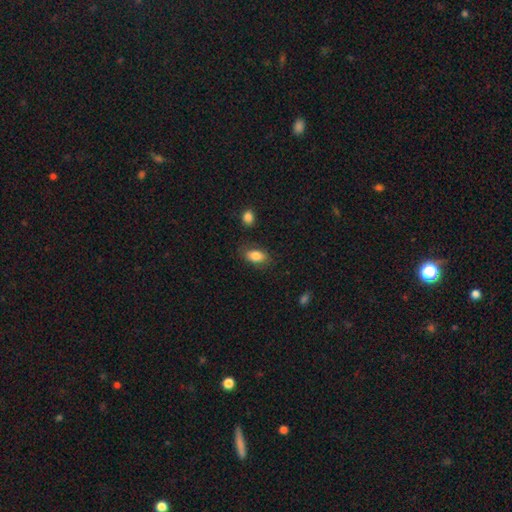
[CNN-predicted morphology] Smooth or featured? smooth (84%)
How rounded? in between (89%)
Merging? none (78%)